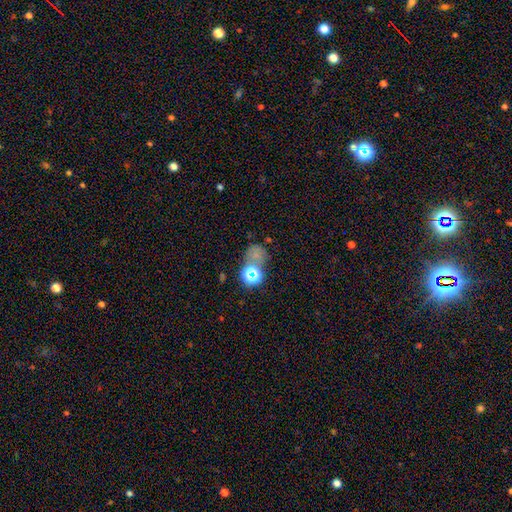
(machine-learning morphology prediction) This appears to be a star or artifact, not a galaxy (48%).